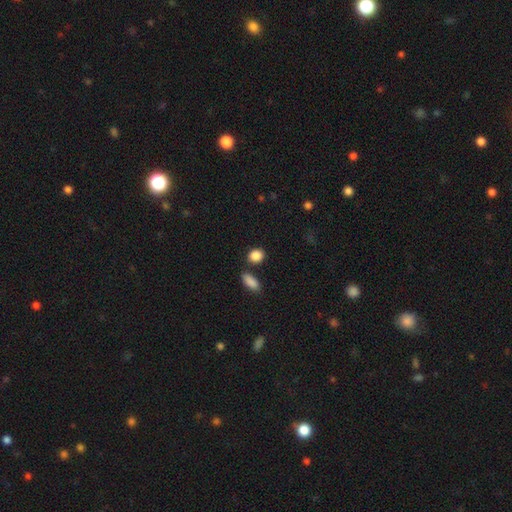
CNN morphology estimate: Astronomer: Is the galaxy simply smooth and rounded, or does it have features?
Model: smooth — 88%.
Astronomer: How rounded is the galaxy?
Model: round — 54% (runner-up: in between, 44%).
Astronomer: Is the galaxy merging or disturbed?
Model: none — 76%.